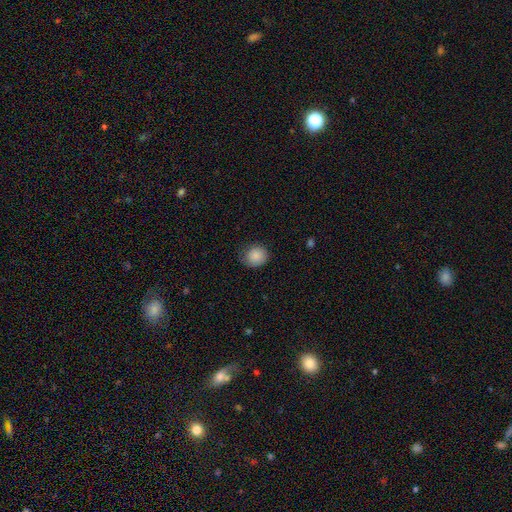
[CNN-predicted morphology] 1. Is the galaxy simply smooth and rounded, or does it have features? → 87% smooth, 8% star or artifact, 5% featured or disk.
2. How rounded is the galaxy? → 81% round, 18% in between, 1% cigar-shaped.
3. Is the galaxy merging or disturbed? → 78% none, 18% minor disturbance, 4% major disturbance, 1% merger.